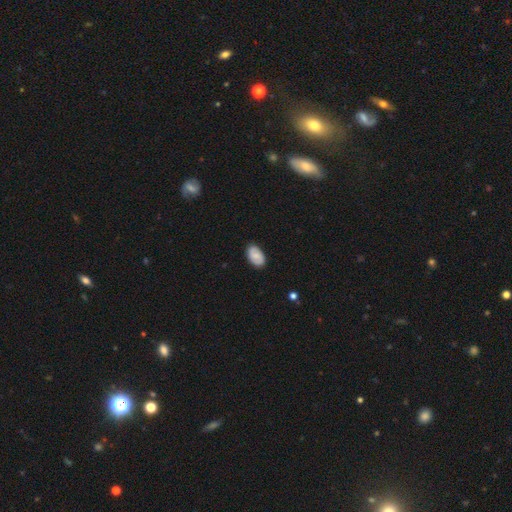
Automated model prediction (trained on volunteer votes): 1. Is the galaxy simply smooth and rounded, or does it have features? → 61% smooth, 31% featured or disk, 7% star or artifact.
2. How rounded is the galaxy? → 92% in between, 7% round, 1% cigar-shaped.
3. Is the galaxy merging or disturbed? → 82% none, 14% minor disturbance, 3% major disturbance, 1% merger.